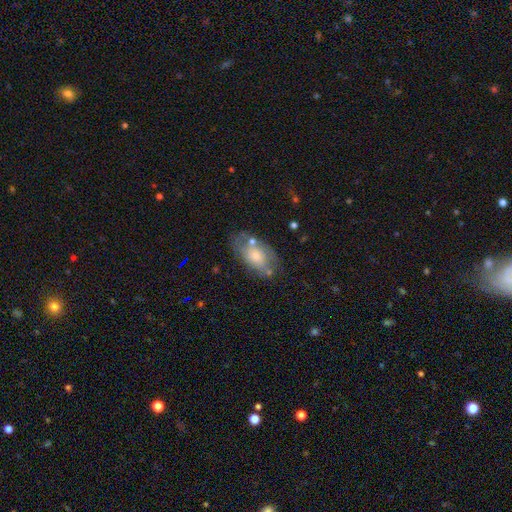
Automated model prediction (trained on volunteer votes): The model was most divided on "smooth or featured": smooth: 55%, featured or disk: 37%, star or artifact: 8%. More confident: how rounded — in between (89%); merging — none (53%).